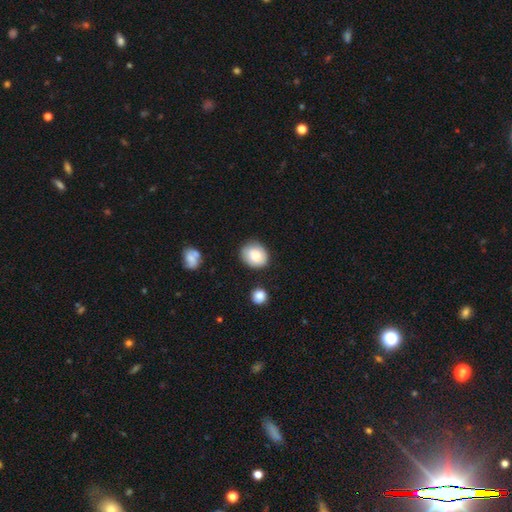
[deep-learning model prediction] Q: Smooth or featured?
A: smooth (75%); runner-up: featured or disk (17%)
Q: How rounded?
A: round (61%); runner-up: in between (38%)
Q: Merging?
A: none (77%); runner-up: minor disturbance (17%)